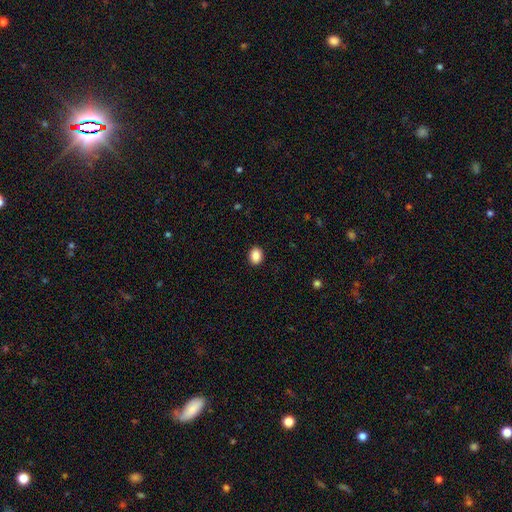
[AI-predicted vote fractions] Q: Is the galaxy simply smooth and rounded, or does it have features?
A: smooth — 88%.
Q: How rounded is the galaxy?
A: in between — 56%.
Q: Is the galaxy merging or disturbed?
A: none — 91%.